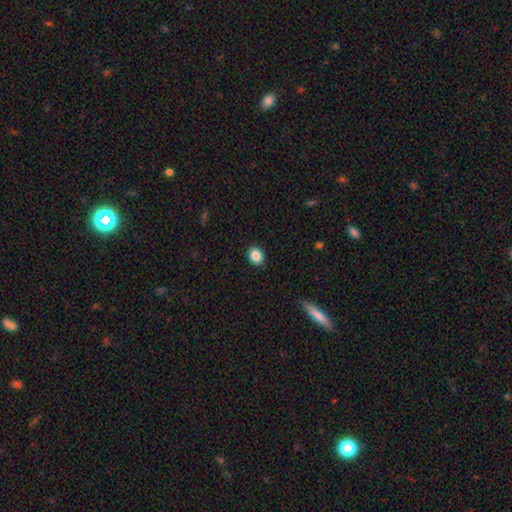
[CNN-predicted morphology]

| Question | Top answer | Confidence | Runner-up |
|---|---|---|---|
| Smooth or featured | smooth | 86% | star or artifact (9%) |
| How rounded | round | 54% | in between (45%) |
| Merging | none | 91% | minor disturbance (6%) |